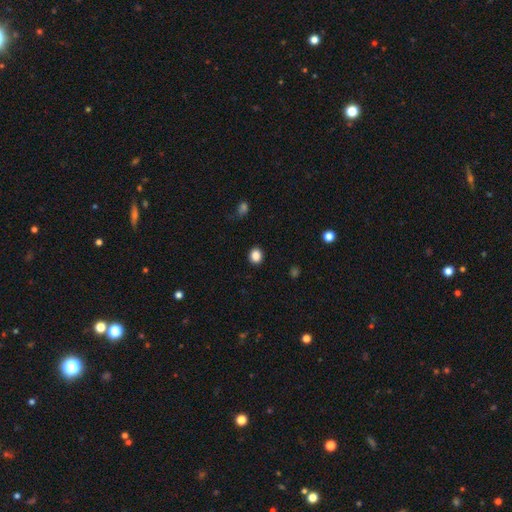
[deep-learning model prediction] smooth 87%, star or artifact 10%, featured or disk 3%. Down the decision tree: how rounded — round (67%); merging — none (90%).